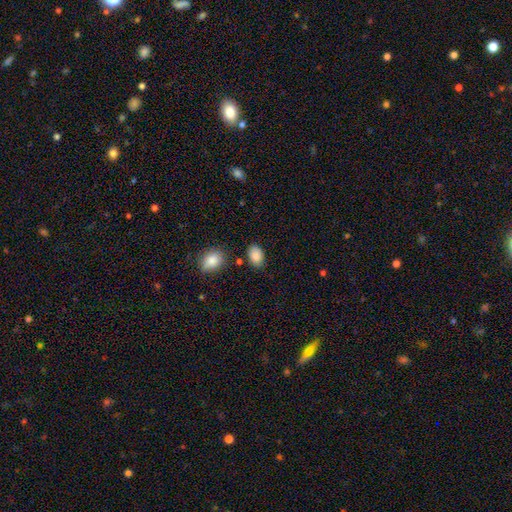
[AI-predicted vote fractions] smooth-or-featured: smooth: 87% | star or artifact: 8% | featured or disk: 5%
  how-rounded: in between: 84% | round: 15% | cigar-shaped: 1%
  merging: none: 79% | minor disturbance: 14% | merger: 4% | major disturbance: 3%